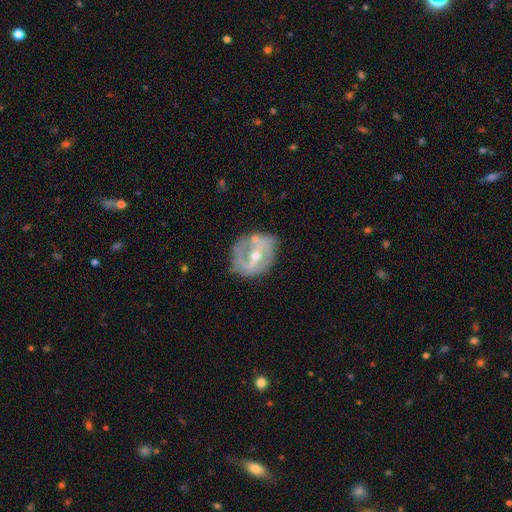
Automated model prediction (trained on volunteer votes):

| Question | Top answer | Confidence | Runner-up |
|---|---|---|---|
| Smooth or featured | featured or disk | 77% | smooth (16%) |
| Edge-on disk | no | 95% | yes (5%) |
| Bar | strong | 45% | weak (37%) |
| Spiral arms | yes | 66% | no (34%) |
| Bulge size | moderate | 56% | small (40%) |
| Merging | none | 63% | minor disturbance (22%) |